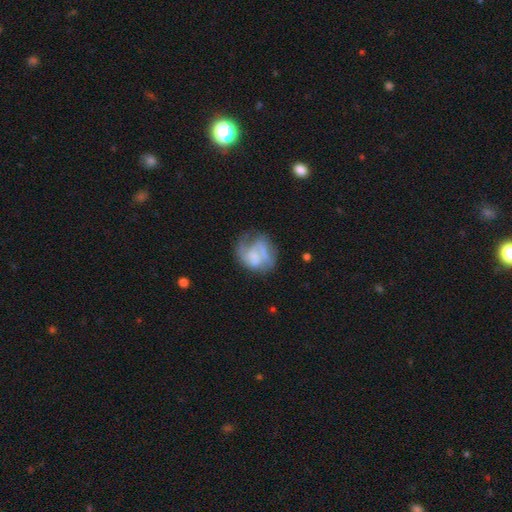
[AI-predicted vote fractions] Morphology: type=featured or disk (58%); edge-on=no (98%); bar=no (71%); spiral arms=yes (60%); bulge=none (53%); merging=none (40%).